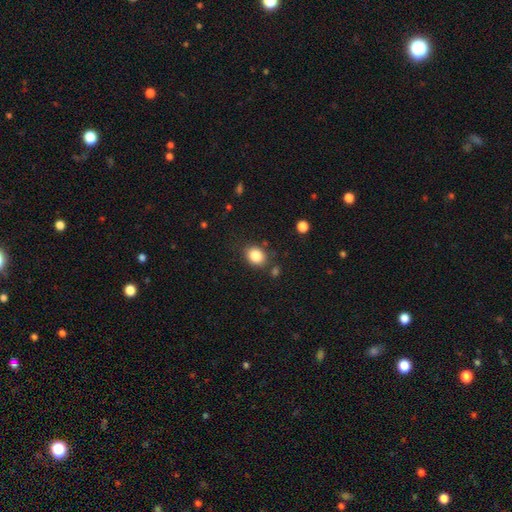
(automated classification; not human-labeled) Q: Smooth or featured?
A: smooth (85%); runner-up: star or artifact (9%)
Q: How rounded?
A: in between (54%); runner-up: round (45%)
Q: Merging?
A: none (80%); runner-up: minor disturbance (12%)